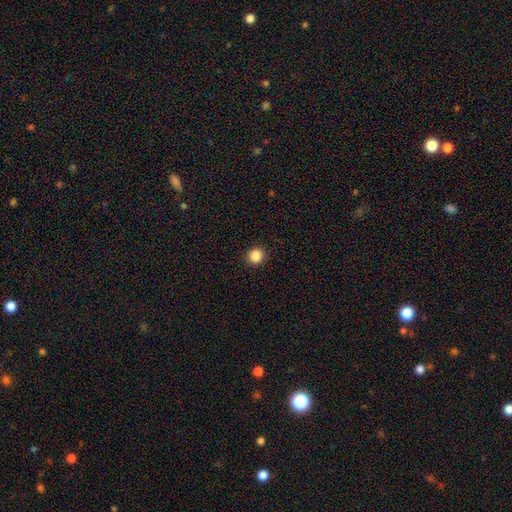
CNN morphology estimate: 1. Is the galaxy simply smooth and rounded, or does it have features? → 86% smooth, 11% star or artifact, 3% featured or disk.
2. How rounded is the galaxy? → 92% round, 7% in between, 1% cigar-shaped.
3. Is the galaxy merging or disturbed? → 93% none, 5% minor disturbance, 2% major disturbance, 1% merger.